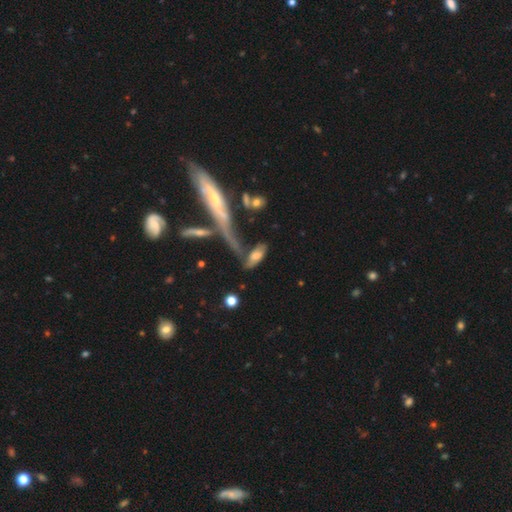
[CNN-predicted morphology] The model was most divided on "merging": none: 38%, merger: 27%, minor disturbance: 19%, major disturbance: 16%. More confident: how rounded — in between (74%); smooth or featured — smooth (58%).